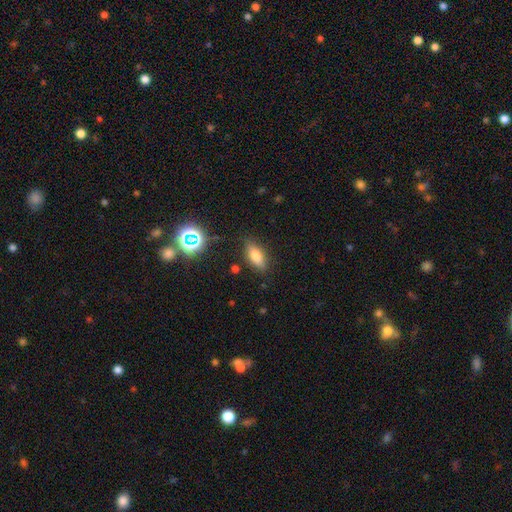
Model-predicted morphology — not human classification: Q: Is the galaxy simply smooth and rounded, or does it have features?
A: smooth — 77%.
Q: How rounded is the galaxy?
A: in between — 79%.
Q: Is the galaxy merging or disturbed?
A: none — 82%.